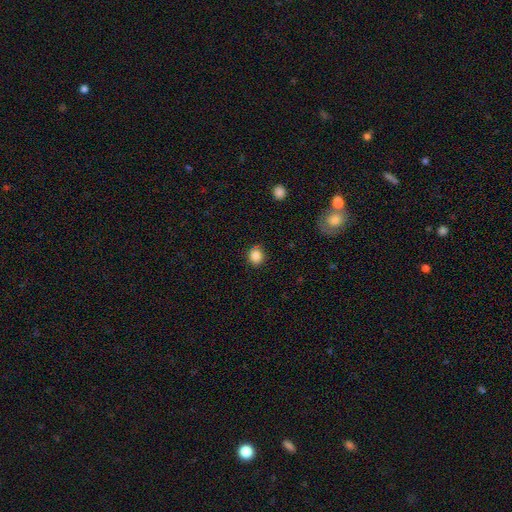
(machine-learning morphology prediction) Q: Smooth or featured?
A: smooth (86%); runner-up: star or artifact (10%)
Q: How rounded?
A: round (81%); runner-up: in between (18%)
Q: Merging?
A: none (89%); runner-up: minor disturbance (8%)